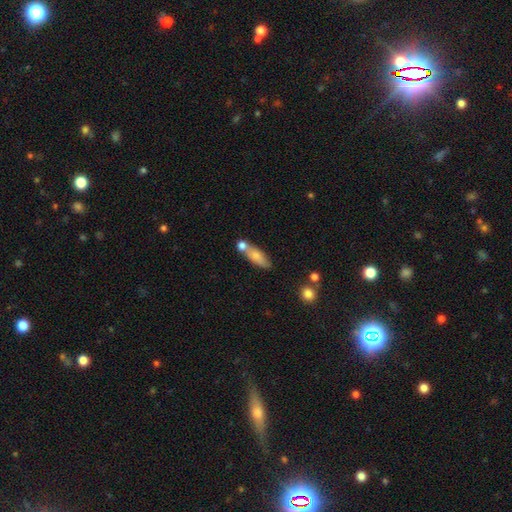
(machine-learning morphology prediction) A smooth galaxy with no disk features (72%) that is in between round and cigar-shaped (57%).

Vote fractions:
- Smooth or featured? smooth: 72% / featured or disk: 21% / star or artifact: 7%
- How rounded? in between: 57% / cigar-shaped: 39% / round: 4%
- Merging? none: 50% / merger: 30% / minor disturbance: 15% / major disturbance: 5%